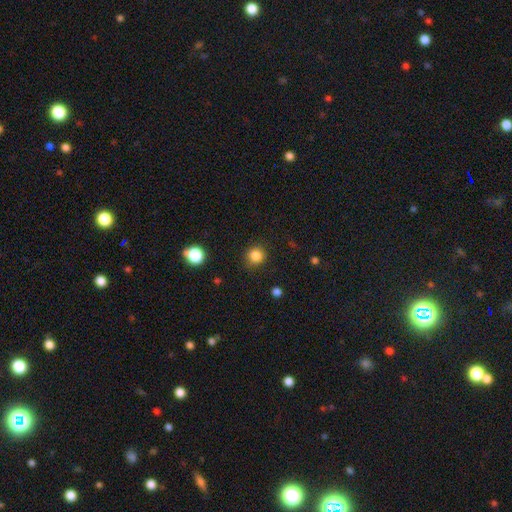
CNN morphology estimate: type=smooth (84%); roundness=round (90%); merging=none (87%).